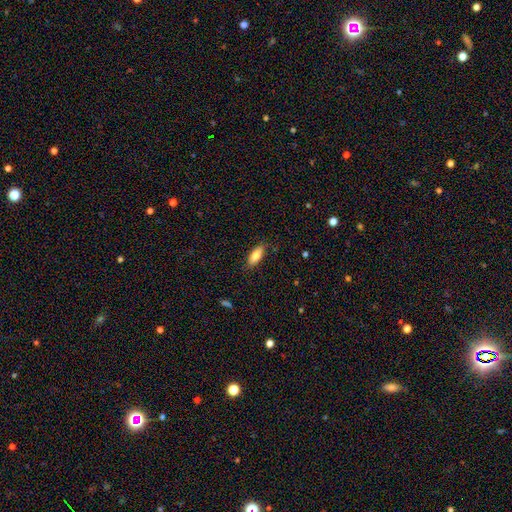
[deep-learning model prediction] A smooth galaxy with no disk features (82%) that is in between round and cigar-shaped (75%).

Vote fractions:
- Smooth or featured? smooth: 82% / featured or disk: 12% / star or artifact: 7%
- How rounded? in between: 75% / cigar-shaped: 23% / round: 2%
- Merging? none: 84% / minor disturbance: 13% / major disturbance: 3% / merger: 1%